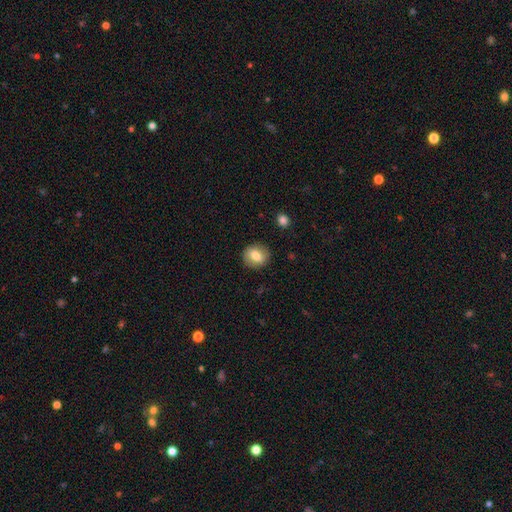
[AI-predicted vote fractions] smooth_or_featured: smooth (p=0.74) [alt: featured or disk p=0.18]
how_rounded: round (p=0.76) [alt: in between p=0.23]
merging: none (p=0.88) [alt: minor disturbance p=0.09]